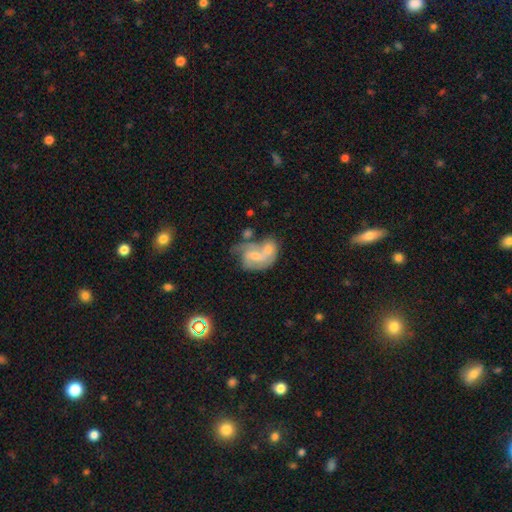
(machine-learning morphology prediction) smooth_or_featured: featured or disk (p=0.71) [alt: smooth p=0.20]
disk_edge_on: no (p=0.97) [alt: yes p=0.03]
bar: weak (p=0.45) [alt: no p=0.39]
has_spiral_arms: yes (p=0.84) [alt: no p=0.16]
spiral_winding: medium (p=0.48) [alt: loose p=0.28]
spiral_arm_count: 2 (p=0.62) [alt: can't tell p=0.17]
bulge_size: small (p=0.47) [alt: moderate p=0.41]
merging: merger (p=0.54) [alt: none p=0.23]